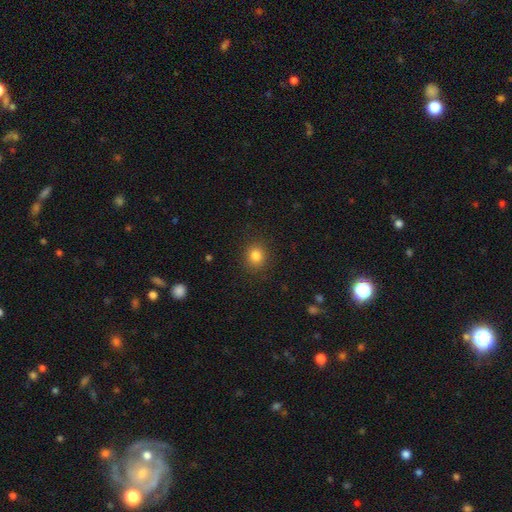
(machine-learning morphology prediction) Smooth or featured? smooth (83%)
How rounded? round (81%)
Merging? none (90%)